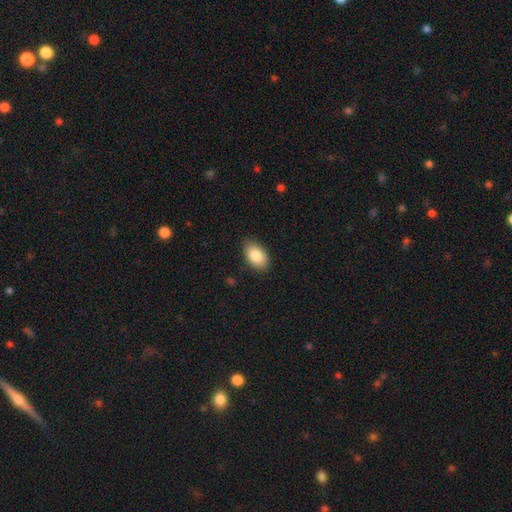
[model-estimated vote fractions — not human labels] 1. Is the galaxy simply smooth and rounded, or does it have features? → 85% smooth, 8% featured or disk, 7% star or artifact.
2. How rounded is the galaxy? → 92% in between, 6% round, 1% cigar-shaped.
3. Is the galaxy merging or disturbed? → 83% none, 13% minor disturbance, 2% major disturbance, 1% merger.